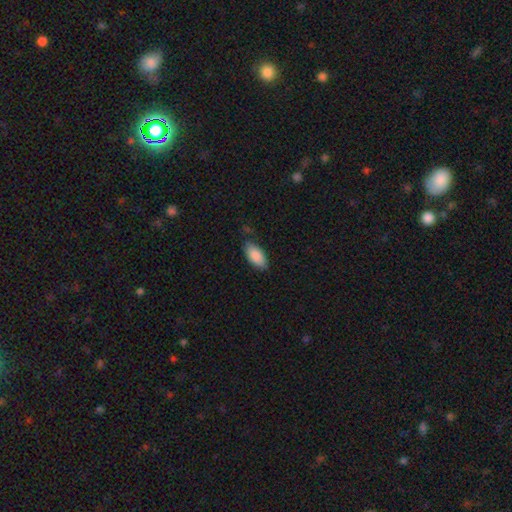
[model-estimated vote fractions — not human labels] Overall: smooth (88%). How rounded: in between (90%). Merging: none (77%).